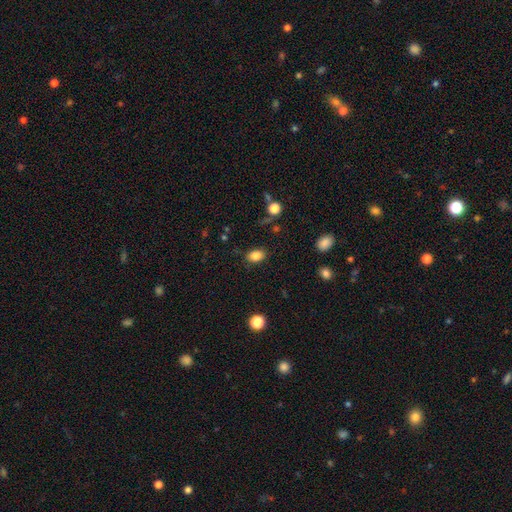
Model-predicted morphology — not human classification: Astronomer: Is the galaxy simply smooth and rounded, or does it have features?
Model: smooth — 85%.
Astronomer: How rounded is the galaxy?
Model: in between — 77%.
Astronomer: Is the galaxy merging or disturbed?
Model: none — 84%.